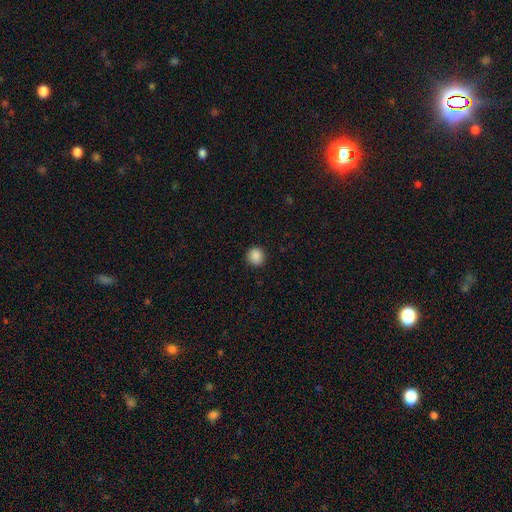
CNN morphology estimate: The model was most divided on "smooth or featured": smooth: 88%, star or artifact: 9%, featured or disk: 3%. More confident: how rounded — round (91%); merging — none (90%).